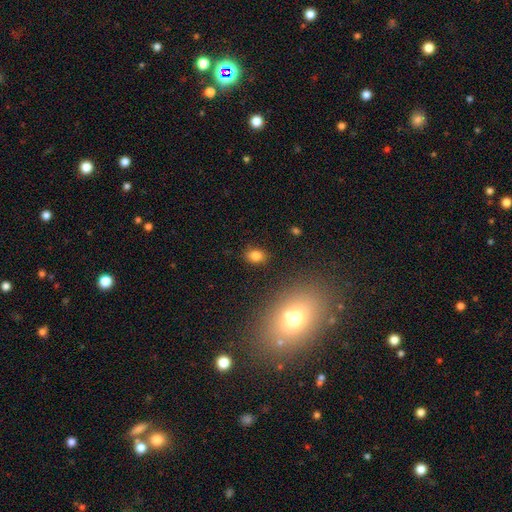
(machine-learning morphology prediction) The model was most divided on "how rounded": in between: 70%, round: 29%, cigar-shaped: 1%. More confident: merging — none (85%); smooth or featured — smooth (81%).